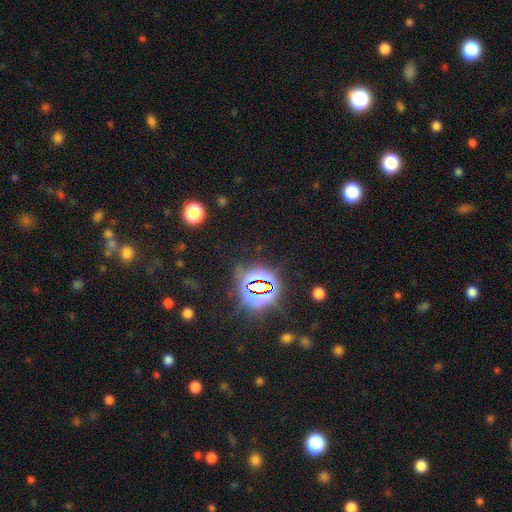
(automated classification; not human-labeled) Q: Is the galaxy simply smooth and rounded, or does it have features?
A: star or artifact — 80%.